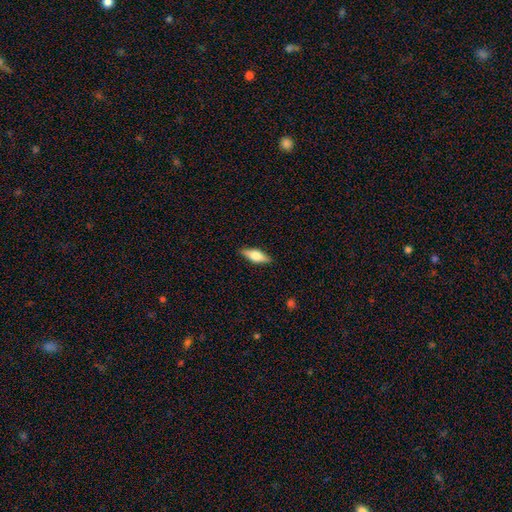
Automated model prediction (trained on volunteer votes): Smooth or featured?
  - smooth: 55% *
  - featured or disk: 38%
  - star or artifact: 6%
How rounded?
  - in between: 63% *
  - cigar-shaped: 34%
  - round: 3%
Merging?
  - none: 88% *
  - minor disturbance: 9%
  - major disturbance: 2%
  - merger: 1%